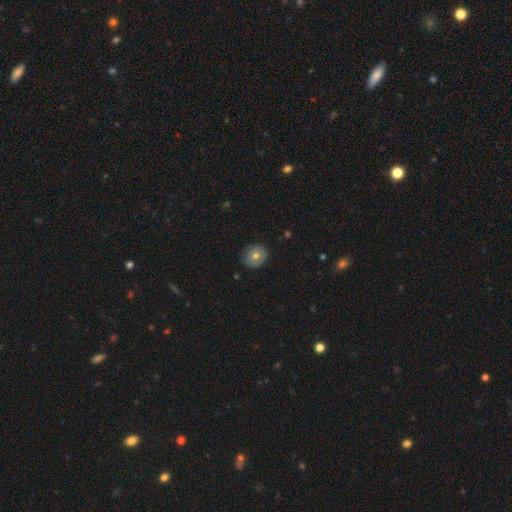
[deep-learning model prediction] Smooth or featured? Predicted: smooth (p=0.71). How rounded? Predicted: round (p=0.75). Merging? Predicted: none (p=0.86).